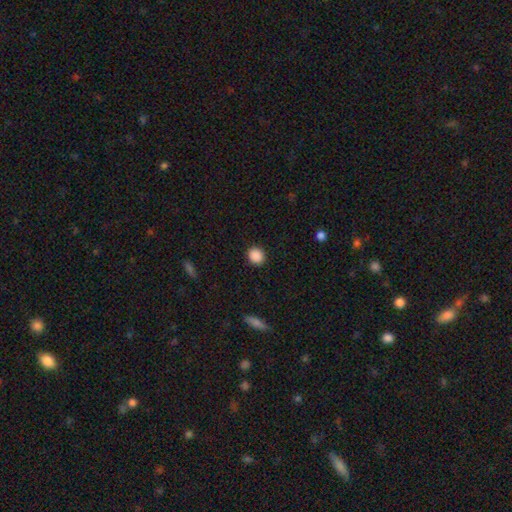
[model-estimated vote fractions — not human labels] A smooth galaxy with no disk features (89%) that is round (81%).

Vote fractions:
- Smooth or featured? smooth: 89% / star or artifact: 9% / featured or disk: 3%
- How rounded? round: 81% / in between: 18% / cigar-shaped: 1%
- Merging? none: 91% / minor disturbance: 6% / major disturbance: 2% / merger: 1%